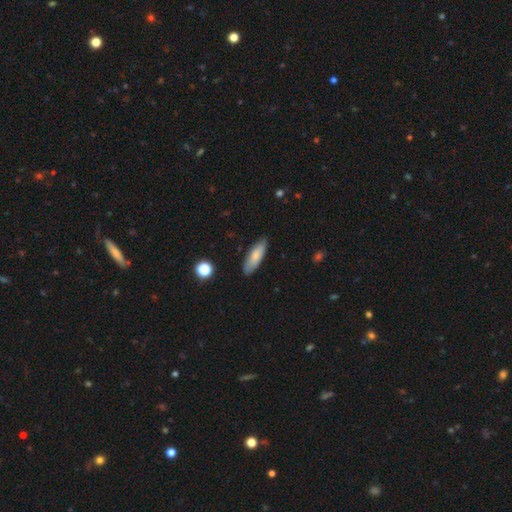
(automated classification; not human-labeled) This appears to be a smooth galaxy with no disk features (79%) that is in between round and cigar-shaped (58%). Merging: none (84%).